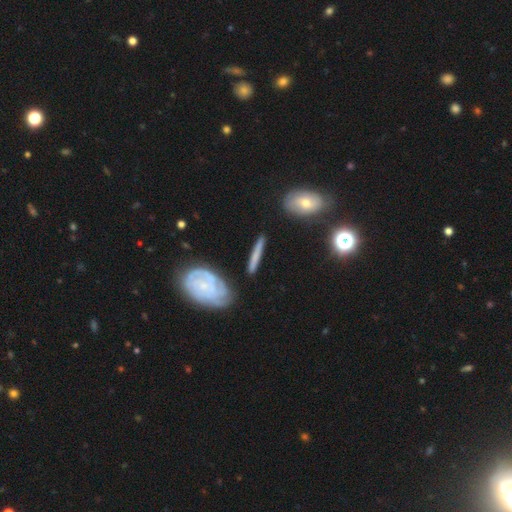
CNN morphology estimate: type=featured or disk (50%); merging=none (82%).